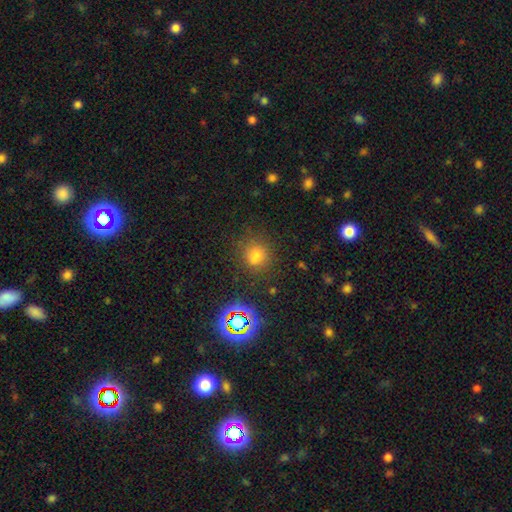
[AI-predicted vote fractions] The model was most divided on "smooth or featured": smooth: 70%, star or artifact: 23%, featured or disk: 7%. More confident: how rounded — round (81%); merging — none (79%).